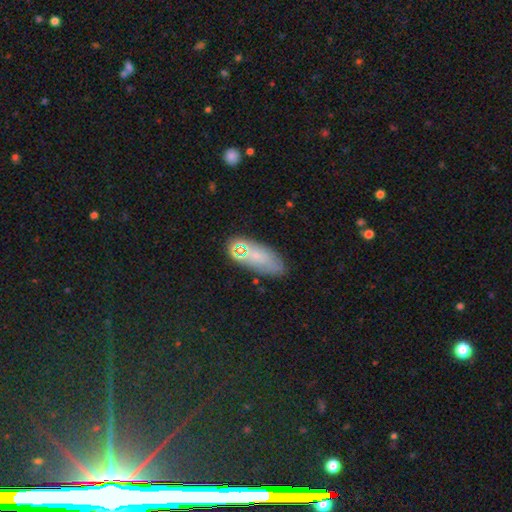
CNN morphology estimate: Smooth or featured?
  - smooth: 62% *
  - featured or disk: 21%
  - star or artifact: 17%
How rounded?
  - in between: 82% *
  - cigar-shaped: 13%
  - round: 5%
Merging?
  - none: 73% *
  - minor disturbance: 17%
  - merger: 5%
  - major disturbance: 5%